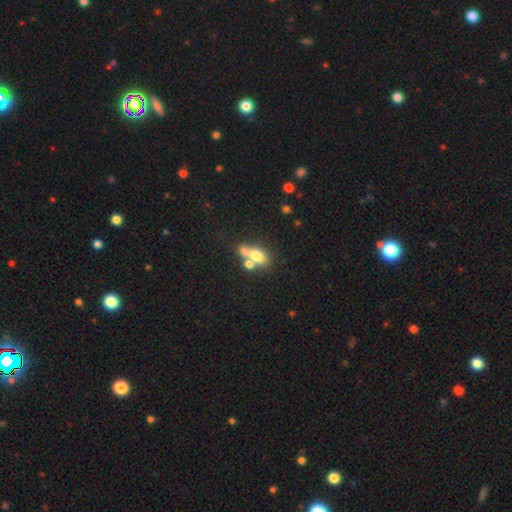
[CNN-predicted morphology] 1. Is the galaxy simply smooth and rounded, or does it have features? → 63% smooth, 26% featured or disk, 10% star or artifact.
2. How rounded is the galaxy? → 71% in between, 15% cigar-shaped, 14% round.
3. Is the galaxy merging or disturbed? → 49% merger, 32% none, 11% minor disturbance, 7% major disturbance.